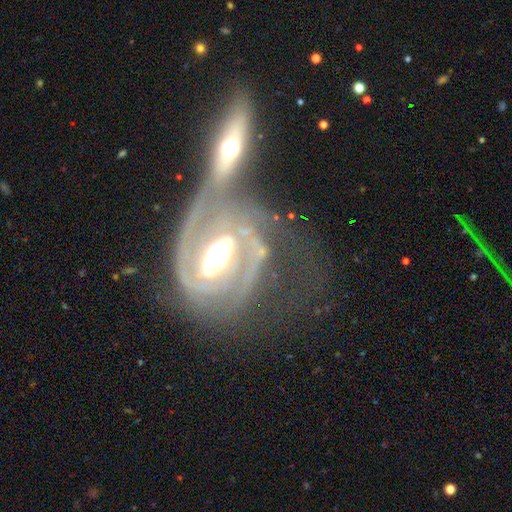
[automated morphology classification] Smooth or featured: featured or disk — 90% (smooth — 6%)
Edge-on disk: no — 95% (yes — 5%)
Bar: strong — 47% (weak — 32%)
Spiral arms: yes — 94% (no — 6%)
Spiral winding: tight — 53% (medium — 37%)
Spiral arm count: 2 — 72% (can't tell — 12%)
Bulge size: moderate — 59% (large — 29%)
Merging: merger — 57% (none — 20%)